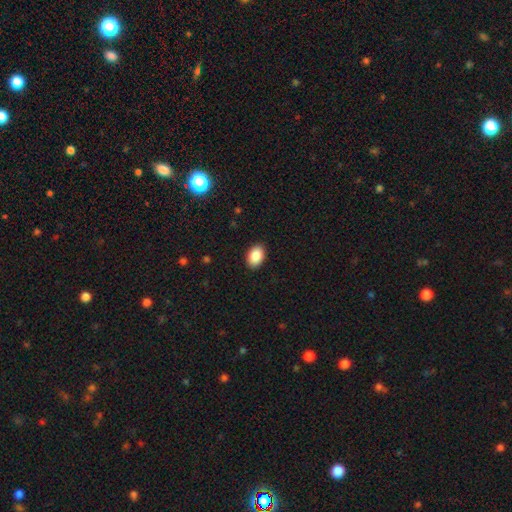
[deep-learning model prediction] Morphology: type=smooth (89%); roundness=in between (85%); merging=none (89%).